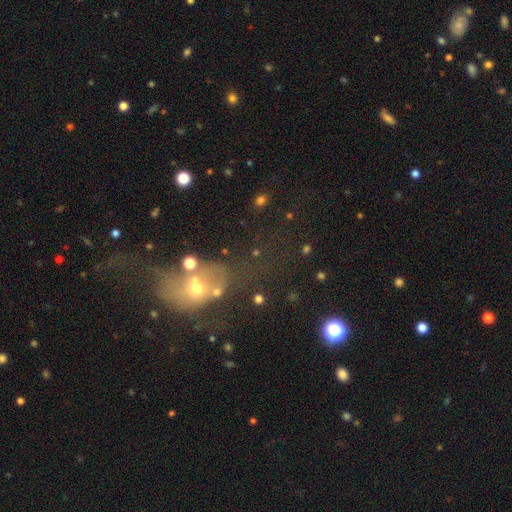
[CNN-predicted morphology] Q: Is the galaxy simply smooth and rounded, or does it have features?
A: star or artifact — 40%.